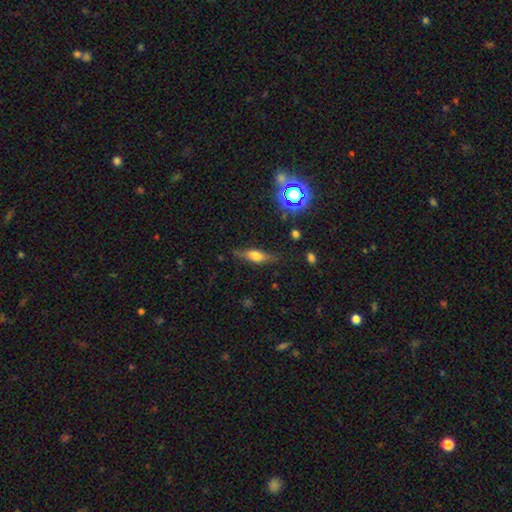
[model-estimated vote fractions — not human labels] A smooth galaxy with no disk features (47%). Merging: none (77%).